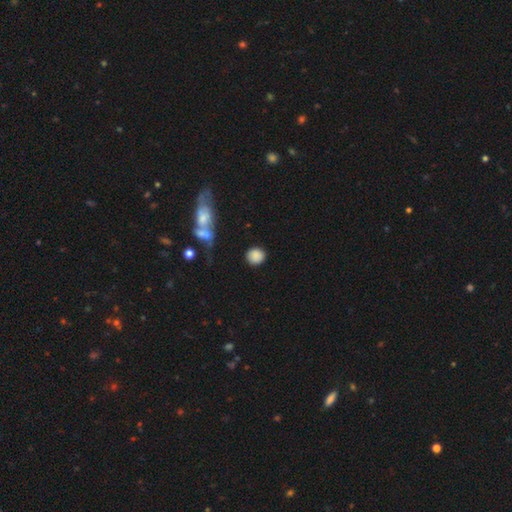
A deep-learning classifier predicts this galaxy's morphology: Q: Smooth or featured?
A: smooth (85%); runner-up: star or artifact (8%)
Q: How rounded?
A: round (83%); runner-up: in between (16%)
Q: Merging?
A: none (80%); runner-up: minor disturbance (11%)